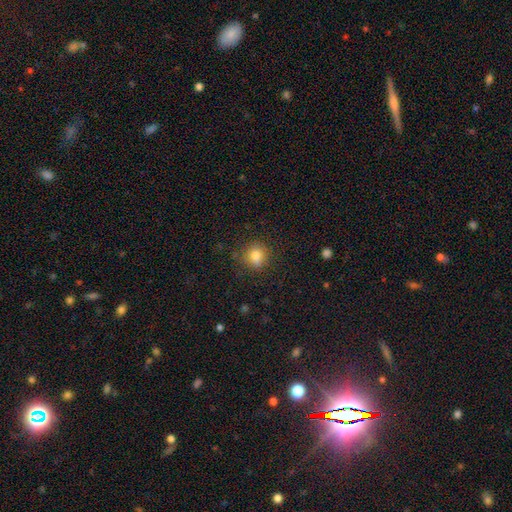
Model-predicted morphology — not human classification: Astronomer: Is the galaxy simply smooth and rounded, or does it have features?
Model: smooth — 82%.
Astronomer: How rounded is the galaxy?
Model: round — 77%.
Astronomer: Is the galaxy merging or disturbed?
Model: none — 80%.